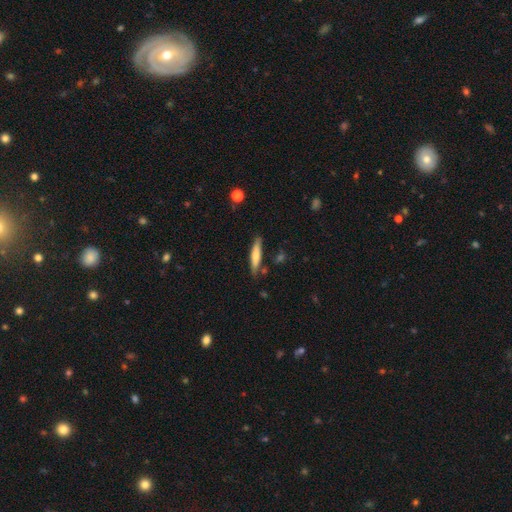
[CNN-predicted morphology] This is likely a smooth galaxy (66%). How rounded: clearly cigar-shaped (86%). Merging: likely none (79%).